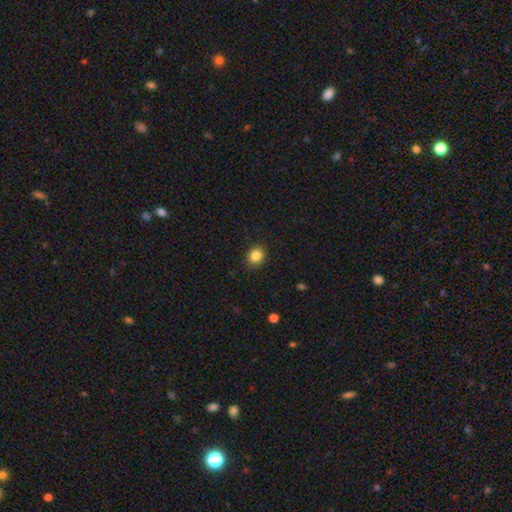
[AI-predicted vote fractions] smooth 84%, star or artifact 11%, featured or disk 5%. Down the decision tree: how rounded — round (75%); merging — none (90%).